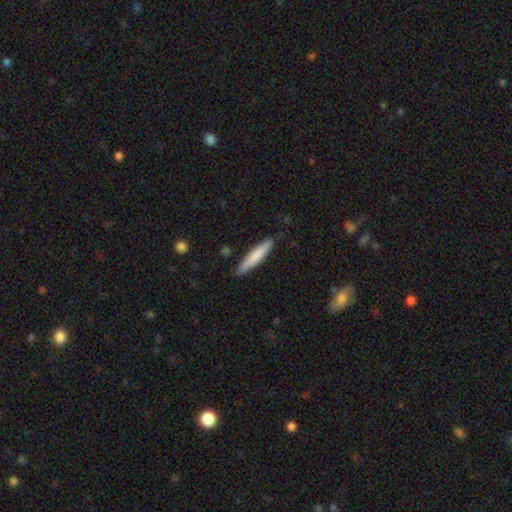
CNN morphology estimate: A smooth galaxy with no disk features (77%) that is cigar-shaped (91%).

Vote fractions:
- Smooth or featured? smooth: 77% / featured or disk: 18% / star or artifact: 5%
- How rounded? cigar-shaped: 91% / in between: 8% / round: 1%
- Merging? none: 87% / minor disturbance: 10% / major disturbance: 2% / merger: 1%